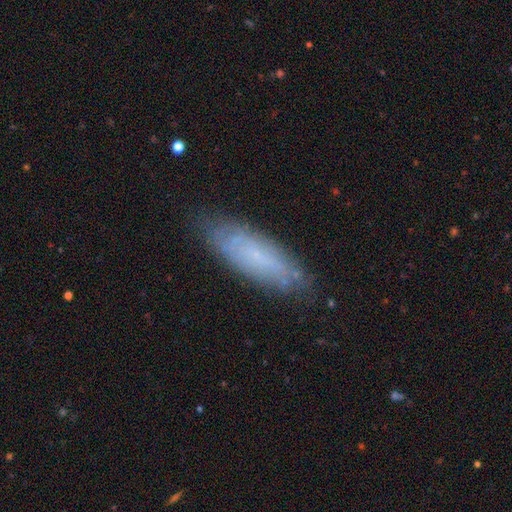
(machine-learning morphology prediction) The model was most divided on "smooth or featured": smooth: 50%, featured or disk: 42%, star or artifact: 9%. More confident: merging — none (79%).